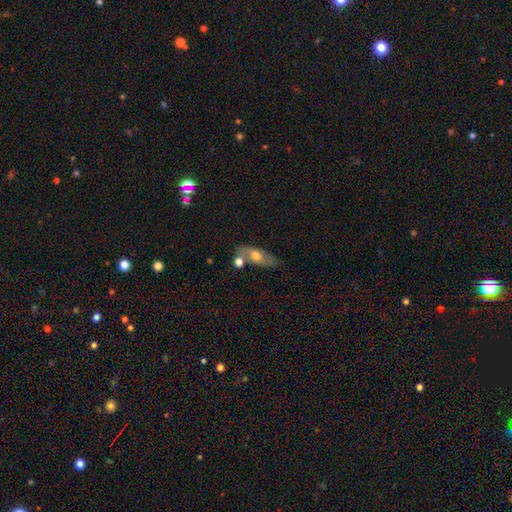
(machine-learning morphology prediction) A smooth galaxy with no disk features (50%).

Vote fractions:
- Smooth or featured? smooth: 50% / featured or disk: 41% / star or artifact: 9%
- Merging? none: 68% / minor disturbance: 15% / merger: 13% / major disturbance: 4%